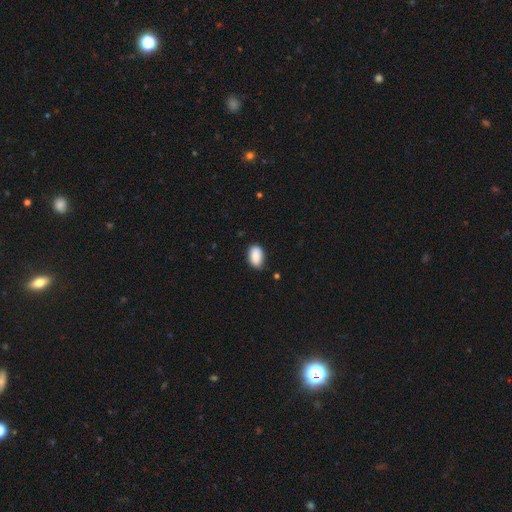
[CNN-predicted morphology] Smooth or featured? smooth (86%)
How rounded? in between (91%)
Merging? none (74%)